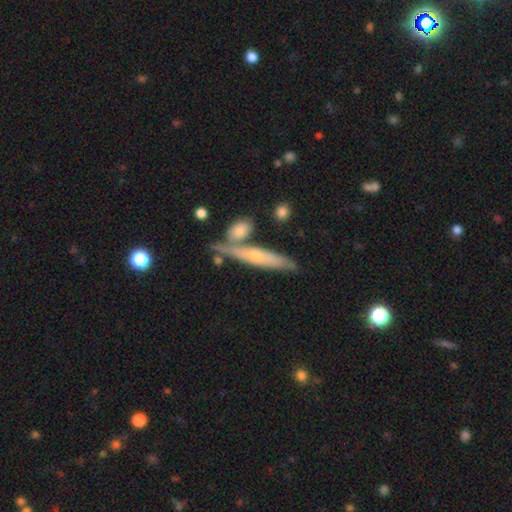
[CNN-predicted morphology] This appears to be a featured or disk galaxy (54%) viewed edge-on (84%). Merging: none (66%).